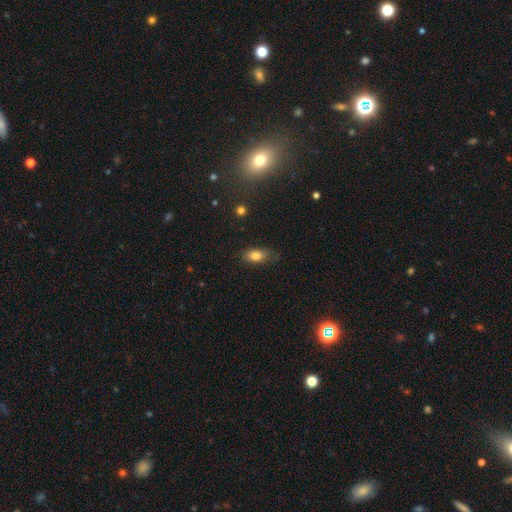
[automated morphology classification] Overall: smooth (81%). How rounded: in between (86%). Merging: none (74%).